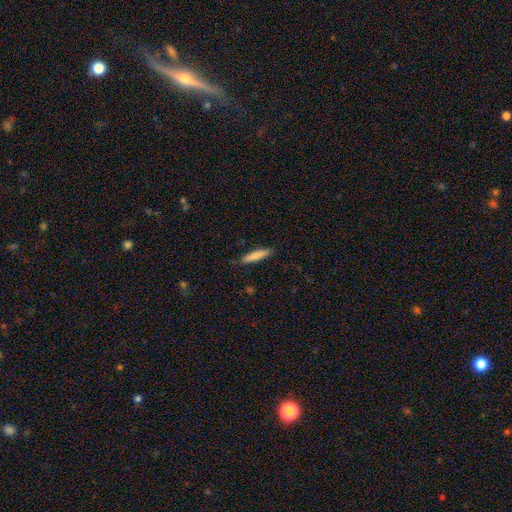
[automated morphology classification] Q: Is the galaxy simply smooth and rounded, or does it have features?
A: smooth — 82%.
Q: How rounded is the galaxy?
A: cigar-shaped — 88%.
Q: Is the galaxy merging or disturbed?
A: none — 86%.